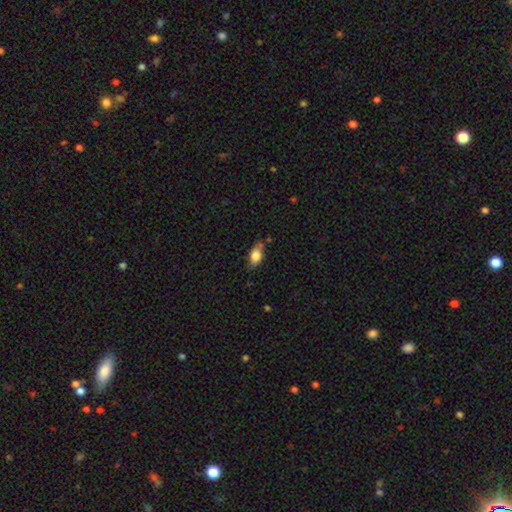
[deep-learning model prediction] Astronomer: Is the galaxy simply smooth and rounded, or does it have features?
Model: smooth — 75%.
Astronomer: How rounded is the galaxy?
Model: in between — 86%.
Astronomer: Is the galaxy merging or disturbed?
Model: none — 67%.